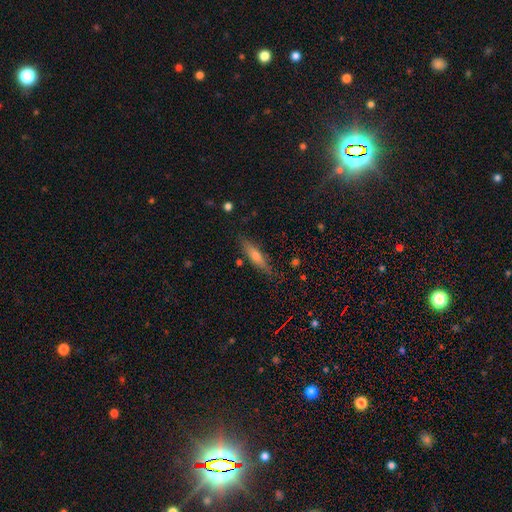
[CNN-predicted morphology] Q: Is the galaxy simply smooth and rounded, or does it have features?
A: smooth — 51%.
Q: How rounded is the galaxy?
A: cigar-shaped — 79%.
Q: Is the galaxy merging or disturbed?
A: none — 83%.